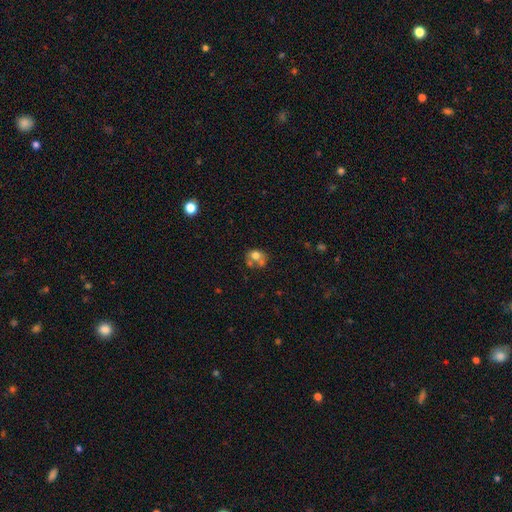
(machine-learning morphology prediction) This appears to be a smooth galaxy with no disk features (66%) that is round (56%). Merging: merger (44%).